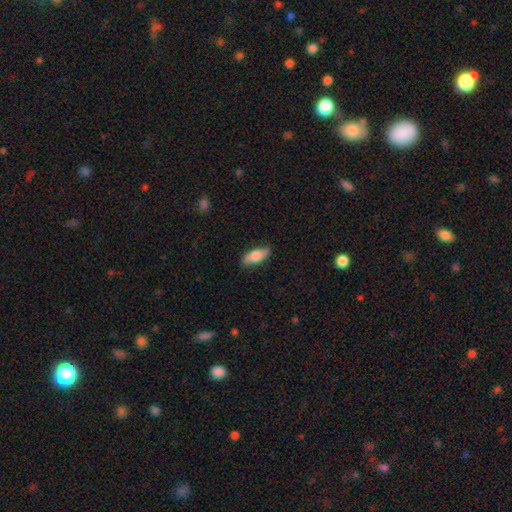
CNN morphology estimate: This is likely a smooth galaxy (71%). How rounded: likely in between (73%). Merging: clearly none (84%).